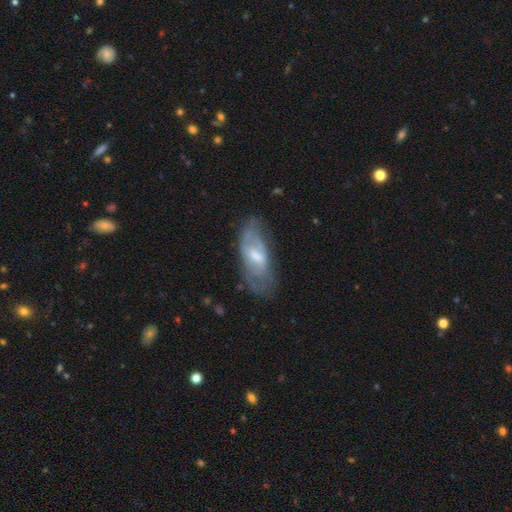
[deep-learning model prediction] Smooth or featured: featured or disk — 59% (smooth — 34%)
Edge-on disk: no — 82% (yes — 18%)
Merging: none — 60% (minor disturbance — 26%)